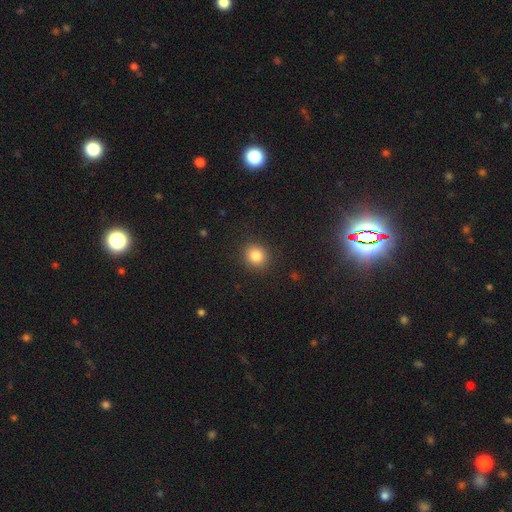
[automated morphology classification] The model was most divided on "how rounded": round: 79%, in between: 20%, cigar-shaped: 1%. More confident: merging — none (89%); smooth or featured — smooth (84%).